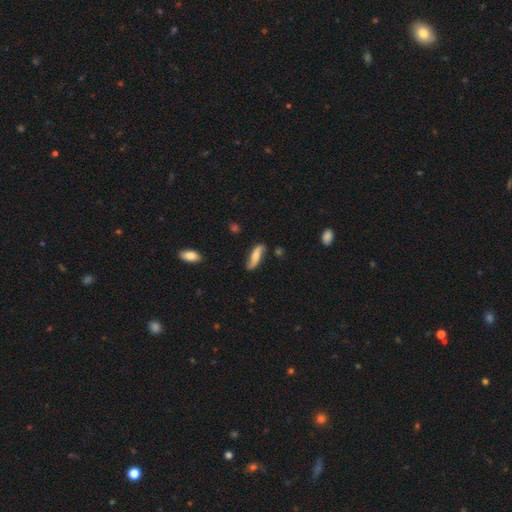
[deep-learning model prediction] Smooth or featured? featured or disk (58%)
Edge-on disk? no (79%)
Merging? none (75%)